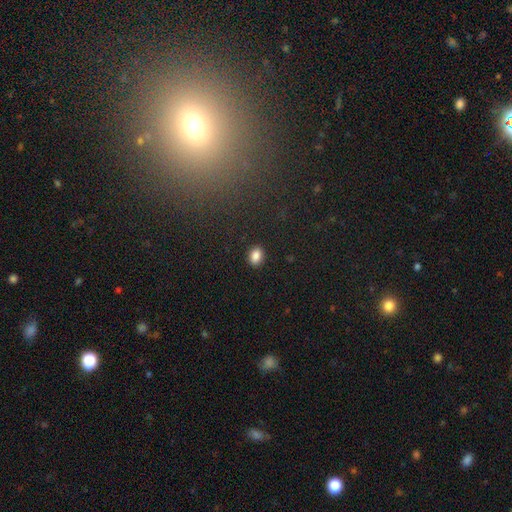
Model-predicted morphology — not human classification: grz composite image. It shows a smooth galaxy with no disk features (86%) that is in between round and cigar-shaped (68%). Merging: none (89%).